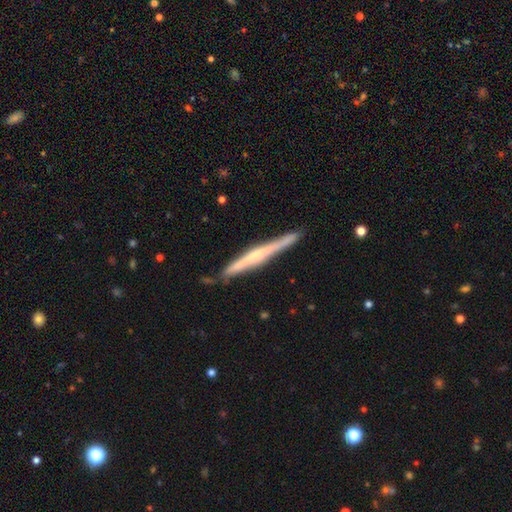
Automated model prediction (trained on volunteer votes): Smooth or featured: featured or disk — 63% (smooth — 31%)
Edge-on disk: yes — 97% (no — 3%)
Edge-on bulge: none — 44% (rounded — 37%)
Merging: none — 82% (minor disturbance — 14%)